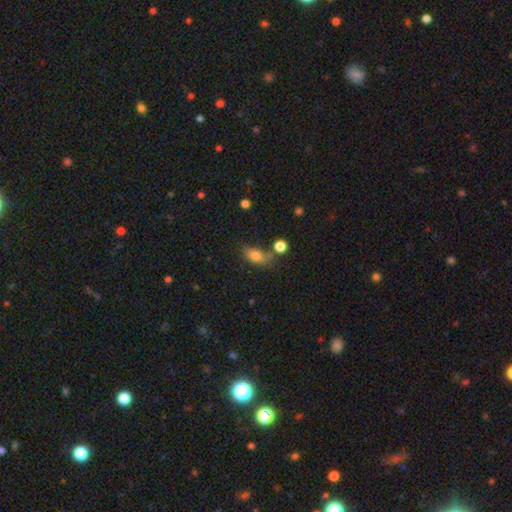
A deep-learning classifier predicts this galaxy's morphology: Smooth or featured? Predicted: smooth (p=0.79). How rounded? Predicted: in between (p=0.83). Merging? Predicted: none (p=0.61).